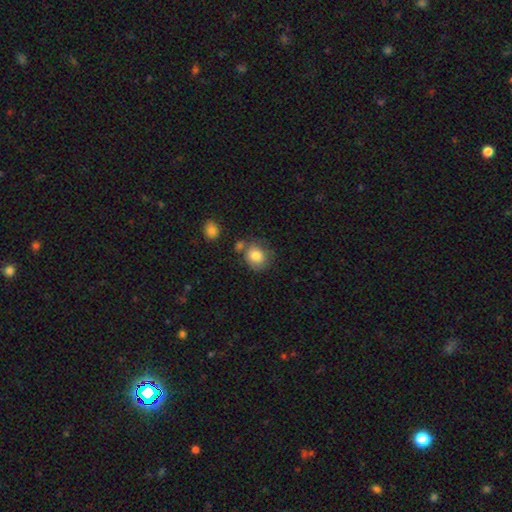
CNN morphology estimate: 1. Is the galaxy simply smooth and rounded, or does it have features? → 83% smooth, 9% featured or disk, 8% star or artifact.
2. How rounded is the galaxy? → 75% round, 24% in between, 1% cigar-shaped.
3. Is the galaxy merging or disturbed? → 61% none, 18% minor disturbance, 15% merger, 6% major disturbance.